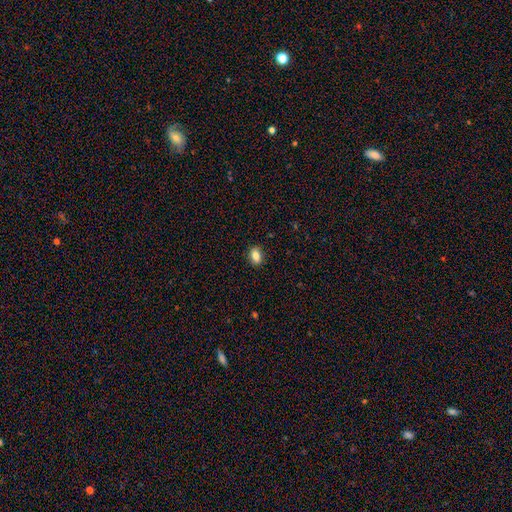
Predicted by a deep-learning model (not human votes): The model was most divided on "how rounded": in between: 75%, round: 23%, cigar-shaped: 2%. More confident: merging — none (89%); smooth or featured — smooth (83%).